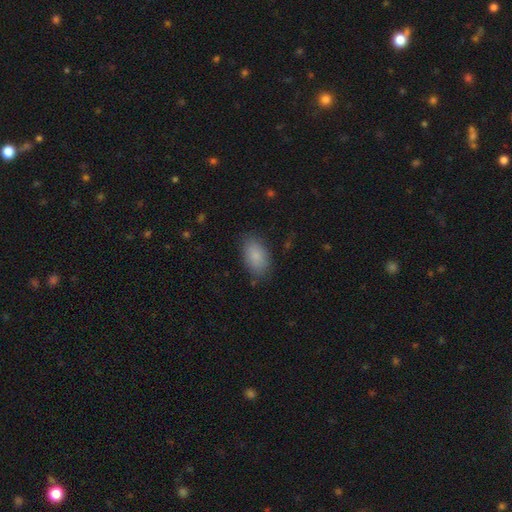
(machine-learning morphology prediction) The model was most divided on "merging": none: 81%, minor disturbance: 14%, major disturbance: 4%, merger: 1%. More confident: how rounded — in between (92%); smooth or featured — smooth (86%).